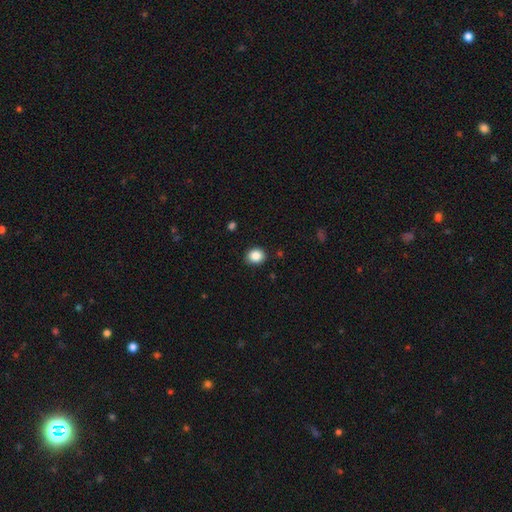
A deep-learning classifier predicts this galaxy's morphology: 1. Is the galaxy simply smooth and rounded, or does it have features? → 87% smooth, 9% star or artifact, 3% featured or disk.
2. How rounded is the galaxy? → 67% round, 32% in between, 1% cigar-shaped.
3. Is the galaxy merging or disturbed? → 88% none, 8% minor disturbance, 2% major disturbance, 1% merger.